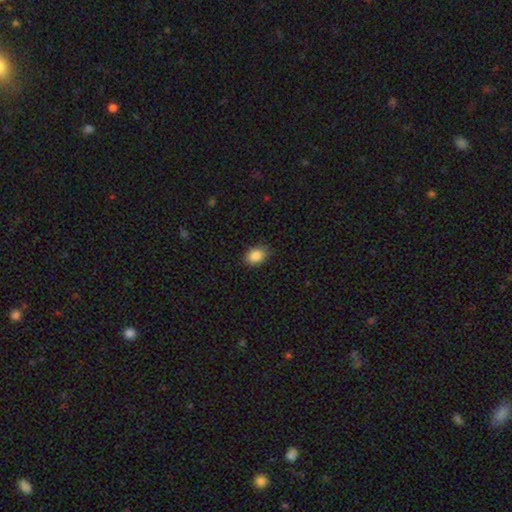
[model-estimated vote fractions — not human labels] smooth-or-featured: smooth: 87% | star or artifact: 9% | featured or disk: 4%
  how-rounded: in between: 72% | round: 27% | cigar-shaped: 1%
  merging: none: 83% | minor disturbance: 13% | major disturbance: 3% | merger: 1%